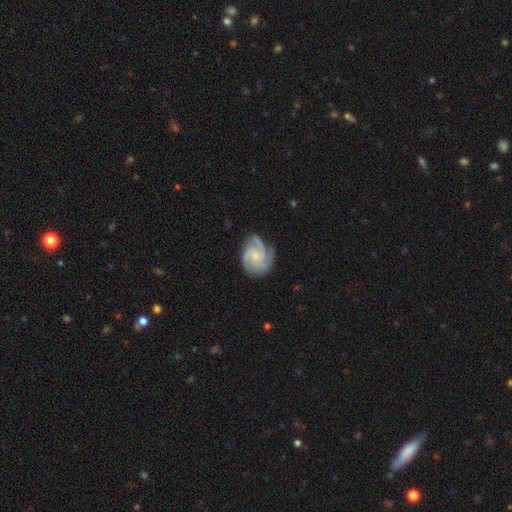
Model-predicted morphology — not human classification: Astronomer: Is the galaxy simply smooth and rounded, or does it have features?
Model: featured or disk — 86%.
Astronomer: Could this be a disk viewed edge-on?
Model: no — 98%.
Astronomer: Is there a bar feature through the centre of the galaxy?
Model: no — 71%.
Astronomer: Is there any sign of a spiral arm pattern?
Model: yes — 98%.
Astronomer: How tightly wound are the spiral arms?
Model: tight — 48% (runner-up: medium, 44%).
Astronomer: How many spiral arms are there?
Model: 3 — 61%.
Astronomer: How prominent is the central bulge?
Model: small — 68%.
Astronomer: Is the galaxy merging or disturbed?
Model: none — 75%.